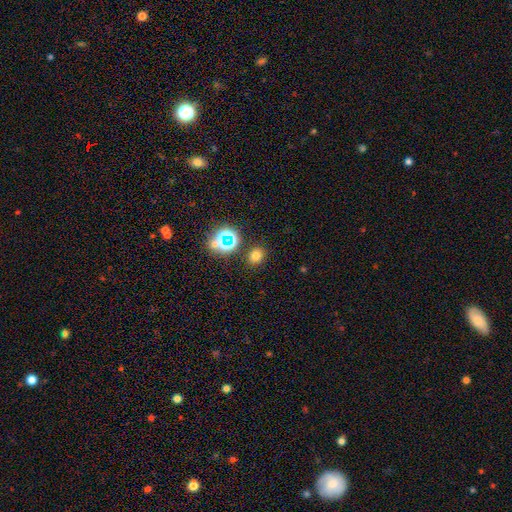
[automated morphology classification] This is likely a smooth galaxy (71%). How rounded: likely round (67%). Merging: clearly none (86%).